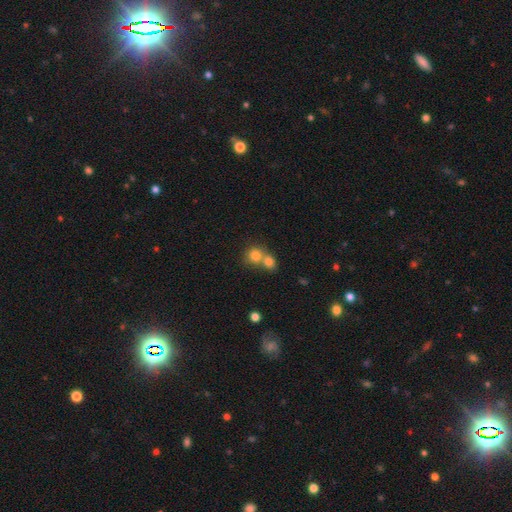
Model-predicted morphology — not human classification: Smooth or featured? smooth (79%)
How rounded? round (80%)
Merging? merger (55%)